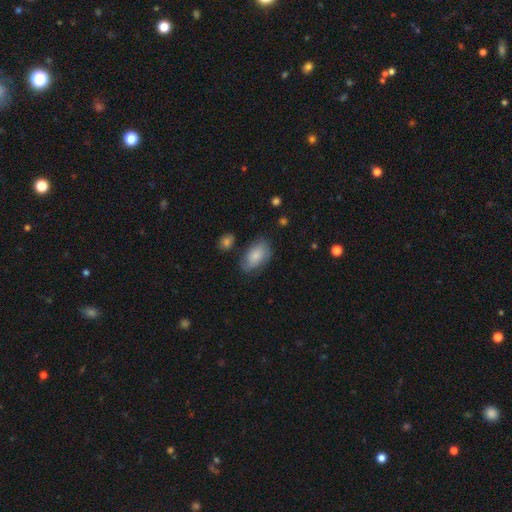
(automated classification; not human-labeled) A smooth galaxy with no disk features (76%) that is in between round and cigar-shaped (93%). Merging: none (66%).